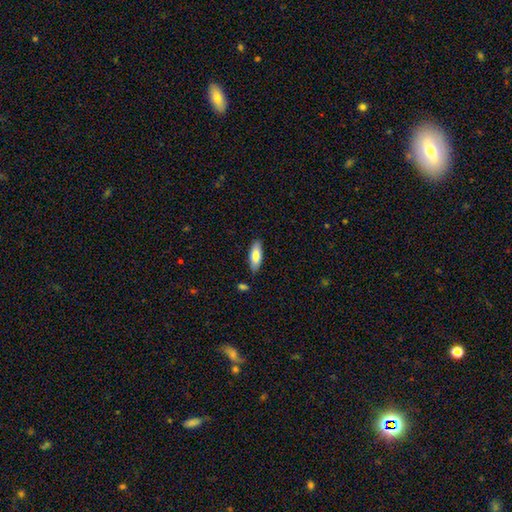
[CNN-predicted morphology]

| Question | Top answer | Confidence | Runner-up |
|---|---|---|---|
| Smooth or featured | smooth | 83% | featured or disk (11%) |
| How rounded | in between | 69% | cigar-shaped (30%) |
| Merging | none | 83% | minor disturbance (12%) |